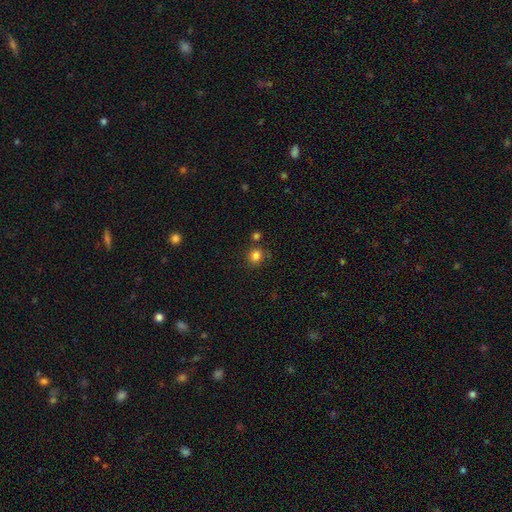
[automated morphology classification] Smooth or featured: smooth — 83% (star or artifact — 12%)
How rounded: round — 84% (in between — 15%)
Merging: none — 77% (minor disturbance — 11%)